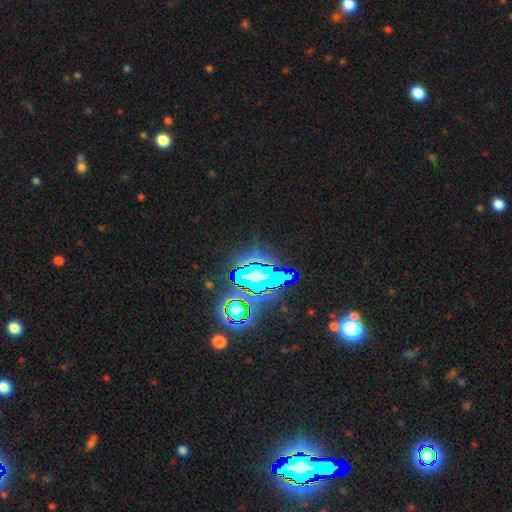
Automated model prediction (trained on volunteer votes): Morphology: type=star or artifact (72%).